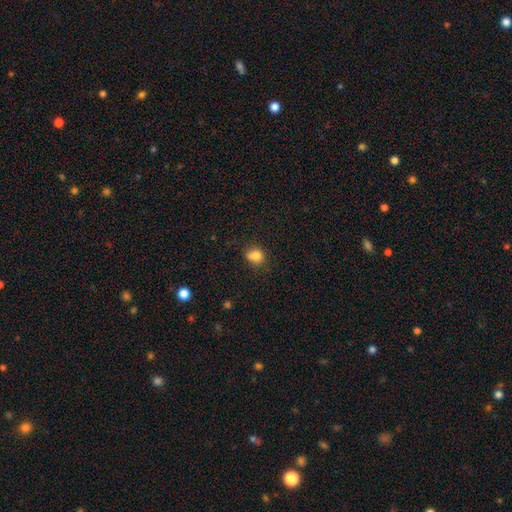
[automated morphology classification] A smooth galaxy with no disk features (80%) that is round (68%). Merging: none (60%).